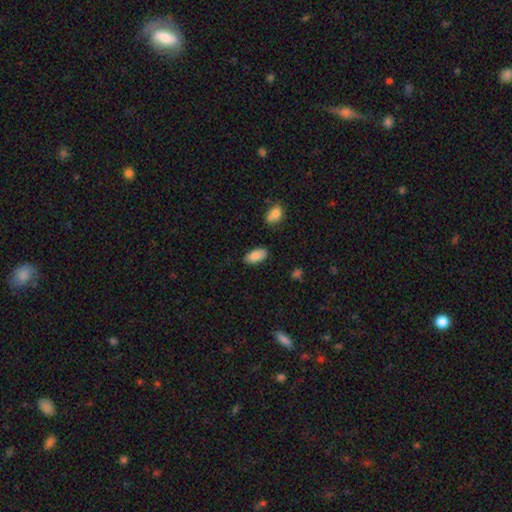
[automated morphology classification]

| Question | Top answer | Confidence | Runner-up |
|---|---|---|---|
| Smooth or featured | smooth | 87% | star or artifact (7%) |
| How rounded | in between | 94% | cigar-shaped (3%) |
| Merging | none | 84% | minor disturbance (11%) |